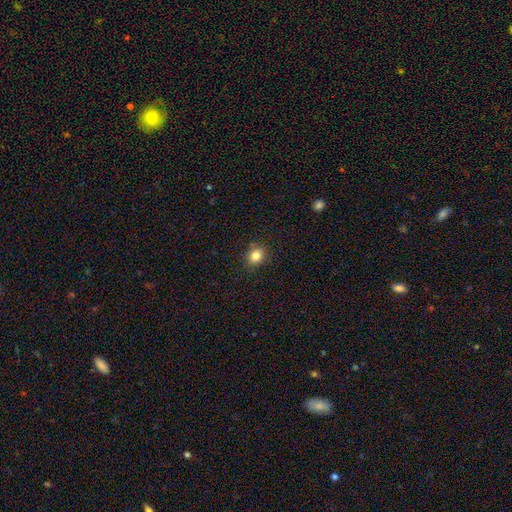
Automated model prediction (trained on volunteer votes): This is clearly a smooth galaxy (83%). How rounded: likely round (67%). Merging: clearly none (86%).